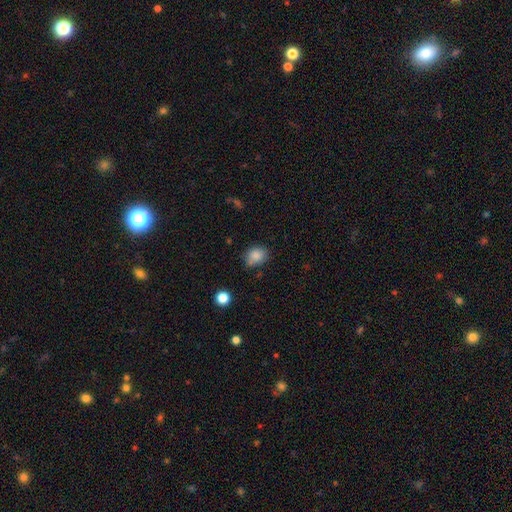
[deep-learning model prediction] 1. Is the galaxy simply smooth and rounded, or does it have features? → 85% smooth, 10% star or artifact, 5% featured or disk.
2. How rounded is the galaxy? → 53% in between, 46% round, 1% cigar-shaped.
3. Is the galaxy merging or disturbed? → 68% none, 24% minor disturbance, 5% major disturbance, 3% merger.